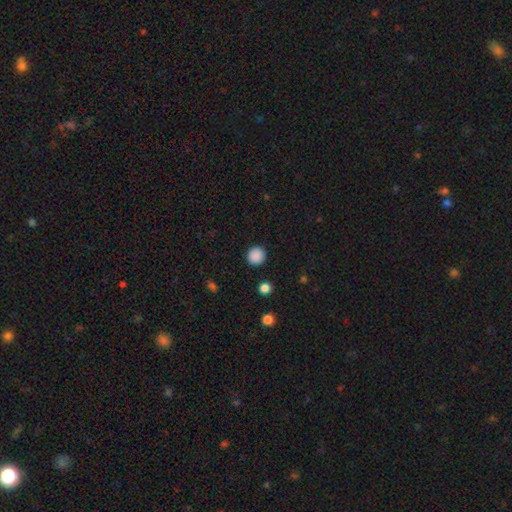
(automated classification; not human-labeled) Smooth or featured? Predicted: smooth (p=0.88). How rounded? Predicted: round (p=0.94). Merging? Predicted: none (p=0.92).